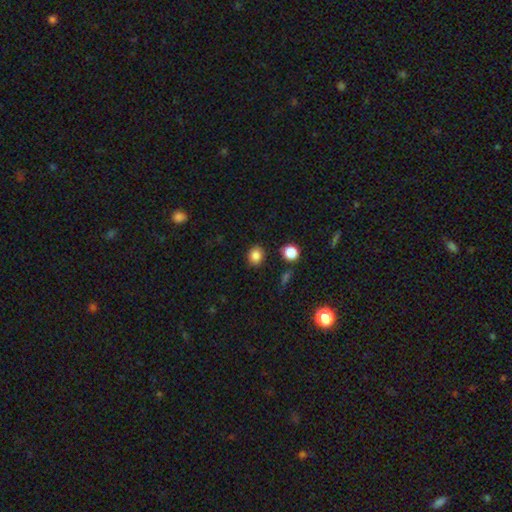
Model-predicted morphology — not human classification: Smooth or featured: smooth — 85% (star or artifact — 11%)
How rounded: round — 69% (in between — 30%)
Merging: none — 84% (minor disturbance — 10%)